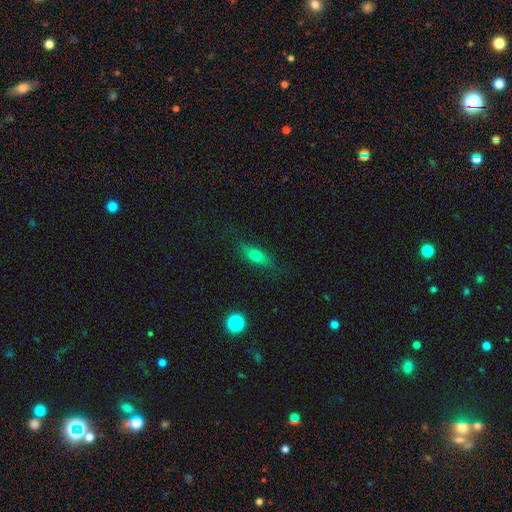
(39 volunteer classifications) A smooth galaxy with no disk features (62%) that is cigar-shaped (50%).

Vote fractions:
- Smooth or featured? smooth: 62% / featured or disk: 33% / star or artifact: 5%
- How rounded? cigar-shaped: 50% / in between: 46% / round: 4%
- Merging? none: 78% / minor disturbance: 16% / major disturbance: 3% / merger: 3%